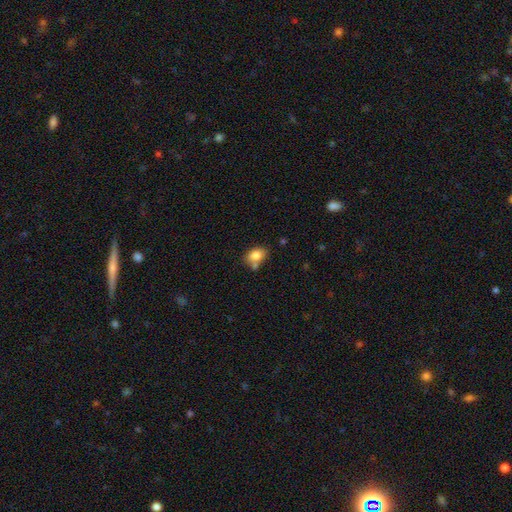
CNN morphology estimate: This is clearly a smooth galaxy (82%). How rounded: likely in between (76%). Merging: possibly none (58%).